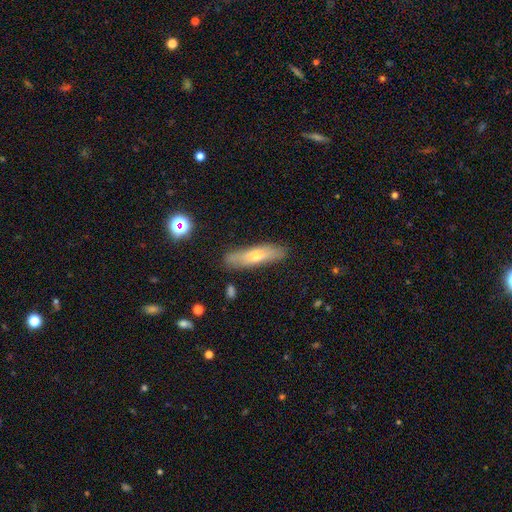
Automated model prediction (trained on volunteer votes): This is possibly a smooth galaxy (57%). How rounded: likely cigar-shaped (69%). Merging: clearly none (84%).